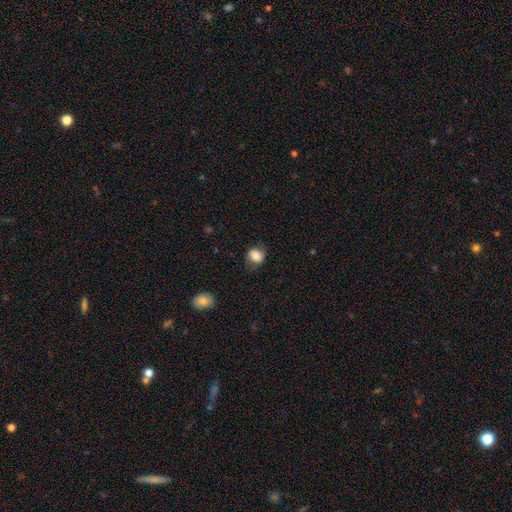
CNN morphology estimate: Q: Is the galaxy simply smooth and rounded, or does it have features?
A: smooth — 76%.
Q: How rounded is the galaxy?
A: in between — 50%.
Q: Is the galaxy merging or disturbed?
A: none — 69%.